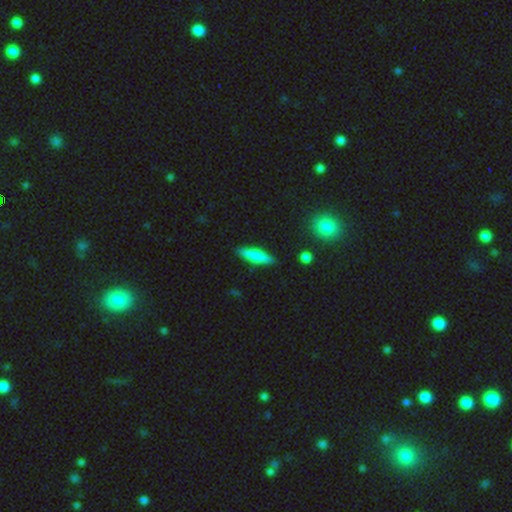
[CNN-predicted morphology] This appears to be a smooth galaxy with no disk features (69%) that is cigar-shaped (64%). Merging: none (87%).